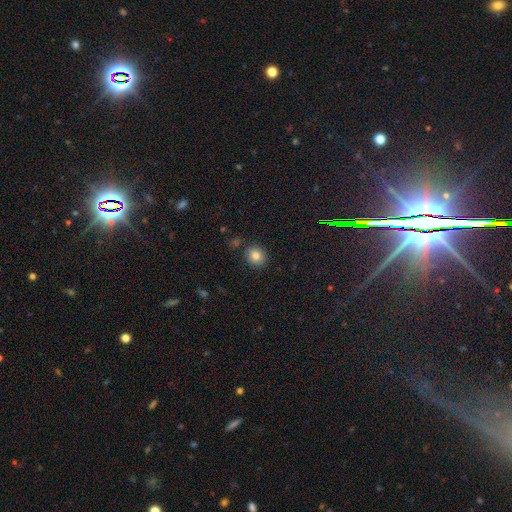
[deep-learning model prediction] Smooth or featured? Predicted: smooth (p=0.82). How rounded? Predicted: round (p=0.76). Merging? Predicted: none (p=0.85).